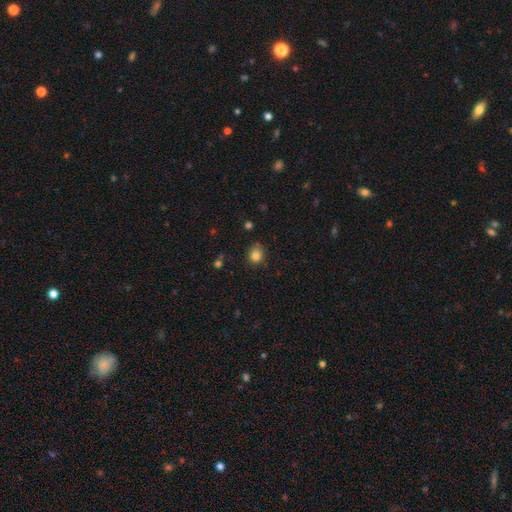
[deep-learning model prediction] smooth-or-featured: smooth: 82% | star or artifact: 12% | featured or disk: 6%
  how-rounded: round: 71% | in between: 29% | cigar-shaped: 1%
  merging: none: 76% | minor disturbance: 18% | major disturbance: 4% | merger: 2%